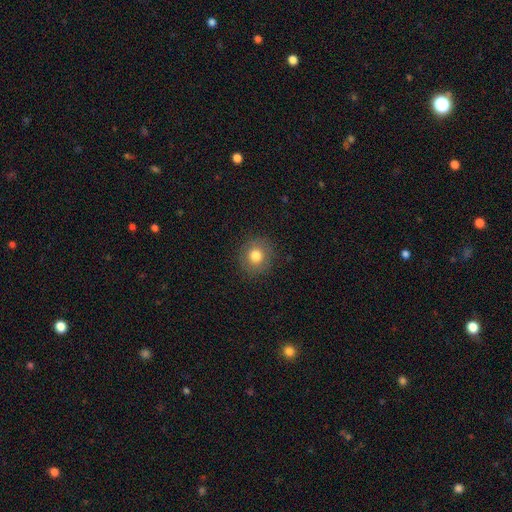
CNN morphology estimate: Smooth or featured? Predicted: smooth (p=0.78). How rounded? Predicted: round (p=0.89). Merging? Predicted: none (p=0.88).